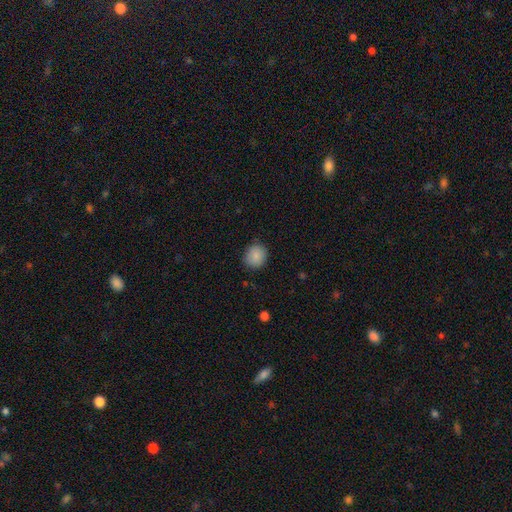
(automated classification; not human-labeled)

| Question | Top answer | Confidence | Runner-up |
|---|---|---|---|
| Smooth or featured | smooth | 87% | star or artifact (8%) |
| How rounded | round | 75% | in between (24%) |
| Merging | none | 86% | minor disturbance (10%) |